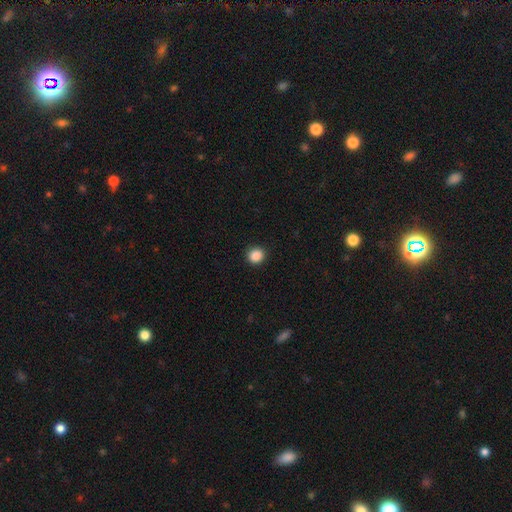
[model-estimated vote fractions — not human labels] Morphology: type=smooth (88%); roundness=round (89%); merging=none (92%).